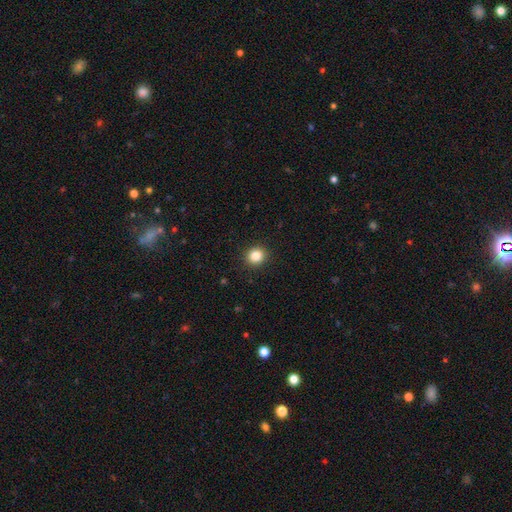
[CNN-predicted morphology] Smooth or featured?
  - smooth: 84% *
  - star or artifact: 11%
  - featured or disk: 5%
How rounded?
  - round: 87% *
  - in between: 12%
  - cigar-shaped: 1%
Merging?
  - none: 92% *
  - minor disturbance: 5%
  - major disturbance: 2%
  - merger: 1%